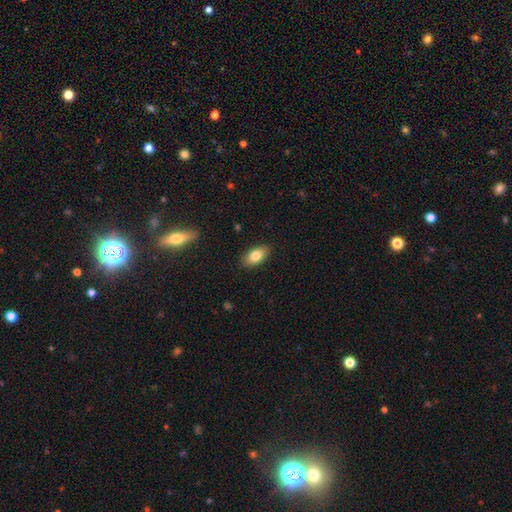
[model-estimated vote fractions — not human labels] Smooth or featured? smooth (81%)
How rounded? in between (91%)
Merging? none (87%)